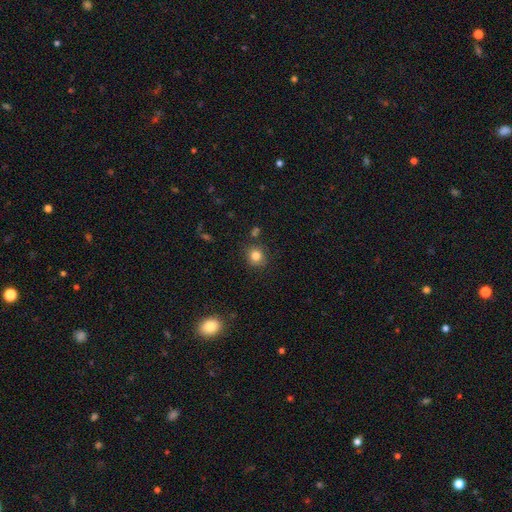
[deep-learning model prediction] Smooth or featured? Predicted: smooth (p=0.82). How rounded? Predicted: round (p=0.84). Merging? Predicted: none (p=0.84).